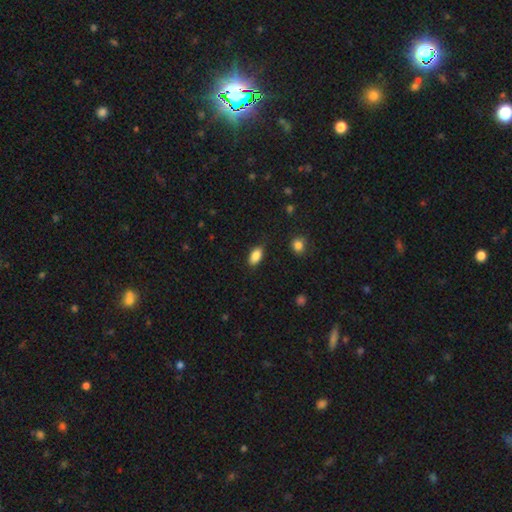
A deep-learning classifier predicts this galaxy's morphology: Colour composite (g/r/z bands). It shows a smooth galaxy with no disk features (86%) that is in between round and cigar-shaped (90%). Merging: none (82%).